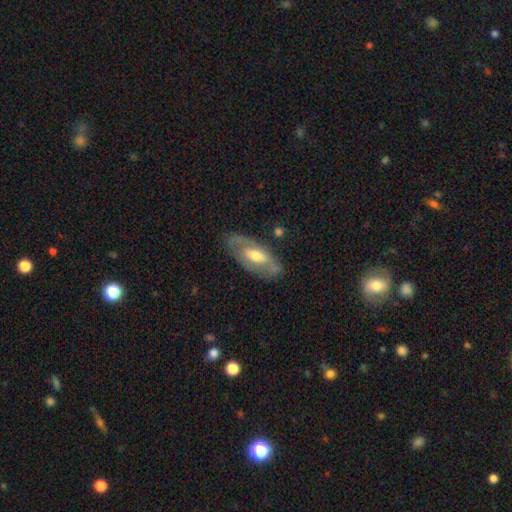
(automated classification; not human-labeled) Morphology: type=featured or disk (62%); edge-on=no (82%); bar=no (44%); spiral arms=yes (51%); bulge=moderate (68%); merging=none (73%).